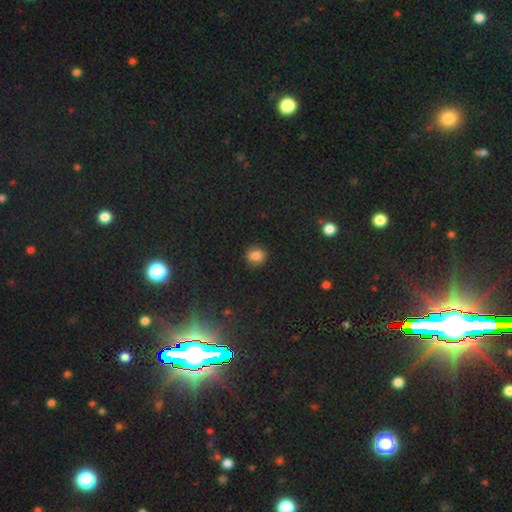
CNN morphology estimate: A smooth galaxy with no disk features (82%) that is round (74%).

Vote fractions:
- Smooth or featured? smooth: 82% / star or artifact: 13% / featured or disk: 5%
- How rounded? round: 74% / in between: 25% / cigar-shaped: 1%
- Merging? none: 88% / minor disturbance: 8% / major disturbance: 2% / merger: 1%